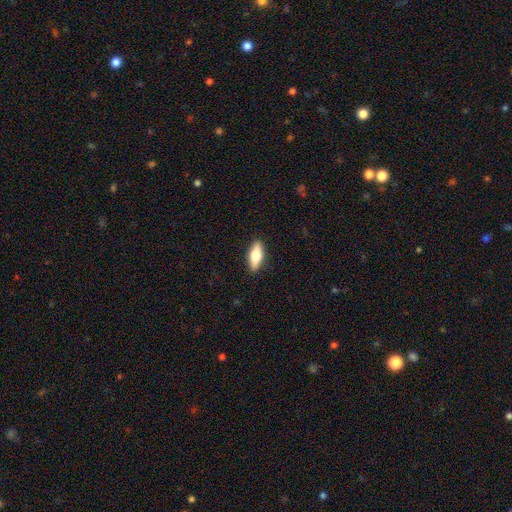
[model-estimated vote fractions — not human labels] This is likely a smooth galaxy (63%). How rounded: likely in between (67%). Merging: clearly none (89%).